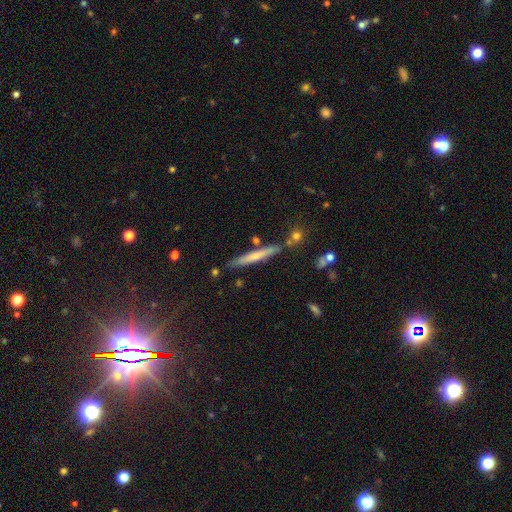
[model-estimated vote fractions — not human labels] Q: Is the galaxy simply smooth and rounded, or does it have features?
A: smooth — 55%.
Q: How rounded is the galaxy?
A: cigar-shaped — 95%.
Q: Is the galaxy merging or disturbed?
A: none — 83%.